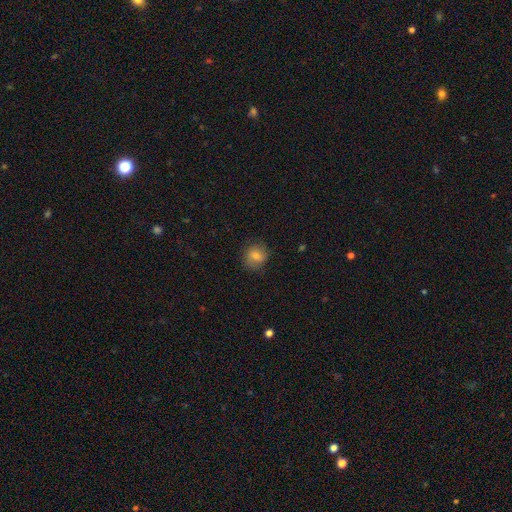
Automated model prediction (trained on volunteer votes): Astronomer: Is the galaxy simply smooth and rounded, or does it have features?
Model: smooth — 76%.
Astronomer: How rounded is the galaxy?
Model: round — 78%.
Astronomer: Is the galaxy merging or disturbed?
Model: none — 81%.